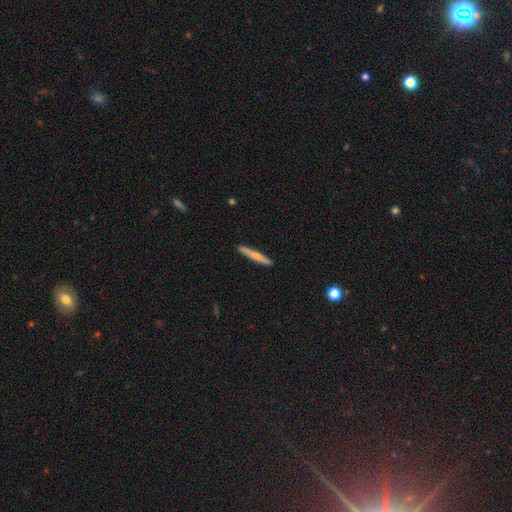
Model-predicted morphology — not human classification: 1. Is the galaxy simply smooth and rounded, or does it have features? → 60% smooth, 35% featured or disk, 5% star or artifact.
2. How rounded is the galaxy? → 95% cigar-shaped, 3% in between, 1% round.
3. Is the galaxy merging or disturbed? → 90% none, 7% minor disturbance, 1% major disturbance, 1% merger.